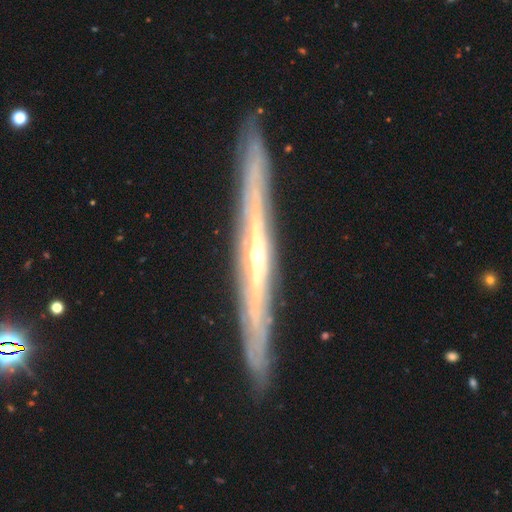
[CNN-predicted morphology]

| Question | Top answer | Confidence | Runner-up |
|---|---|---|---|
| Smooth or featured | featured or disk | 85% | smooth (10%) |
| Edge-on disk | yes | 96% | no (4%) |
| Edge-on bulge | rounded | 68% | none (28%) |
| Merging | none | 90% | minor disturbance (7%) |